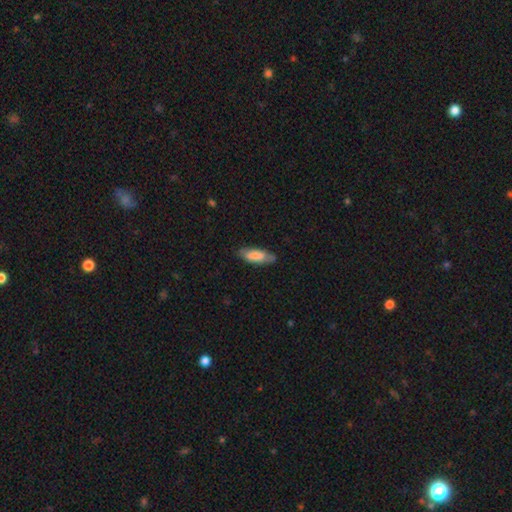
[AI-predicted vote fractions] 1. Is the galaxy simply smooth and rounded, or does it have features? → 74% smooth, 20% featured or disk, 6% star or artifact.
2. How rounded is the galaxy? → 63% in between, 35% cigar-shaped, 2% round.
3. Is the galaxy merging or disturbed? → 73% none, 21% minor disturbance, 4% major disturbance, 2% merger.